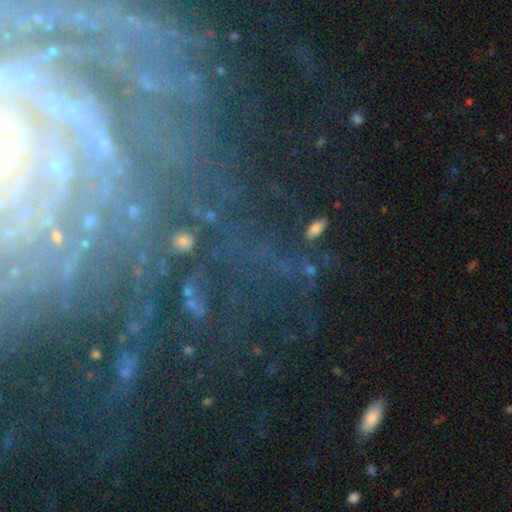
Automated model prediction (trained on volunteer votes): smooth-or-featured: featured or disk: 64% | star or artifact: 24% | smooth: 12%
  disk-edge-on: no: 92% | yes: 8%
    bar: no: 49% | weak: 29% | strong: 22%
    has-spiral-arms: yes: 89% | no: 11%
      spiral-winding: tight: 64% | medium: 26% | loose: 11%
      spiral-arm-count: can't tell: 28% | 2: 18% | 3: 16% | more than 4: 13% | 4: 13% | 1: 12%
    bulge-size: small: 68% | moderate: 17% | none: 9% | large: 3% | dominant: 3%
  merging: none: 63% | minor disturbance: 16% | major disturbance: 15% | merger: 6%